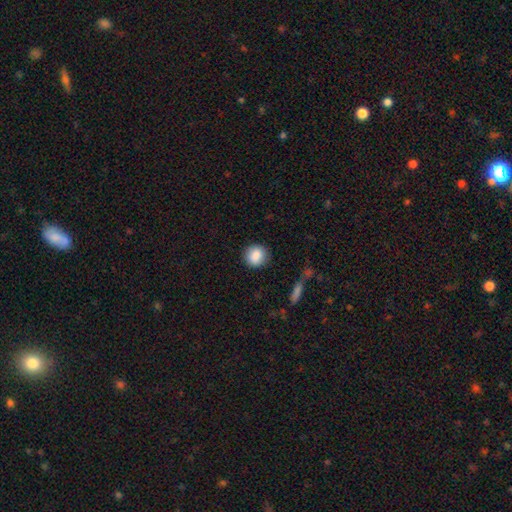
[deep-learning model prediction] smooth_or_featured: smooth (p=0.88) [alt: star or artifact p=0.08]
how_rounded: round (p=0.87) [alt: in between p=0.12]
merging: none (p=0.88) [alt: minor disturbance p=0.08]